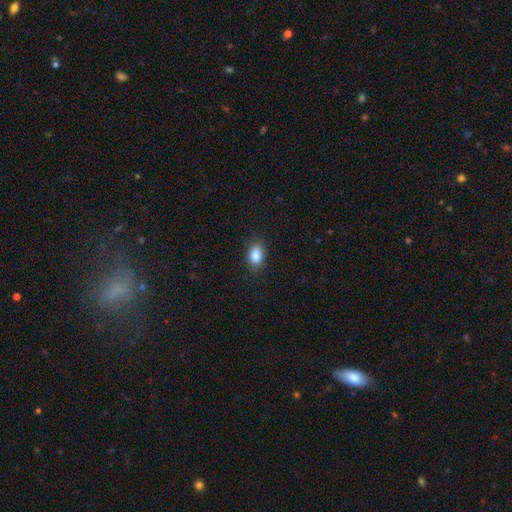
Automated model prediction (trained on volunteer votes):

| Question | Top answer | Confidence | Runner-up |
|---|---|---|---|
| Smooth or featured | smooth | 86% | star or artifact (9%) |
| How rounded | in between | 82% | round (17%) |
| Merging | none | 84% | minor disturbance (12%) |